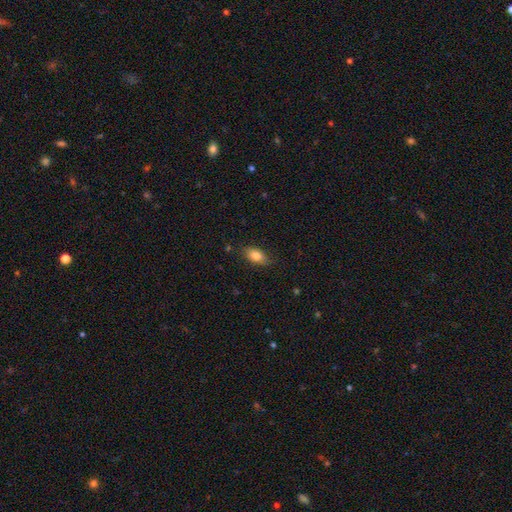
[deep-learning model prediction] Smooth or featured: smooth — 82% (featured or disk — 10%)
How rounded: in between — 87% (round — 7%)
Merging: none — 83% (minor disturbance — 13%)